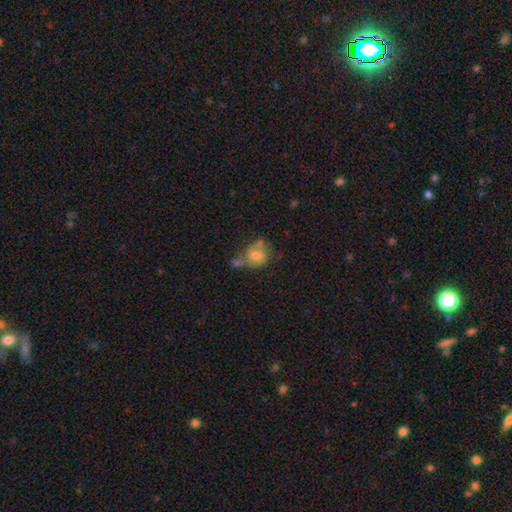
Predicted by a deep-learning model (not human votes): A smooth galaxy with no disk features (57%) that is round (58%). Merging: merger (35%).